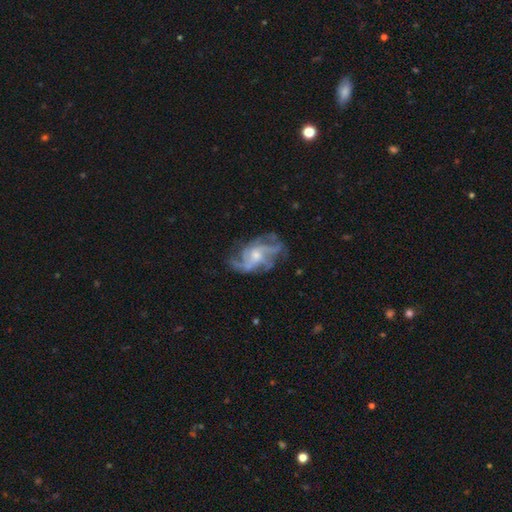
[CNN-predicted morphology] Overall: featured or disk (84%). Edge-on disk: no (97%). Bar: no (64%; weak 30%). Spiral arms: yes (92%). Spiral arm count: 4 (25%; 3 24%). Spiral winding: medium (46%; loose 28%). Bulge size: moderate (49%; small 40%). Merging: none (61%).